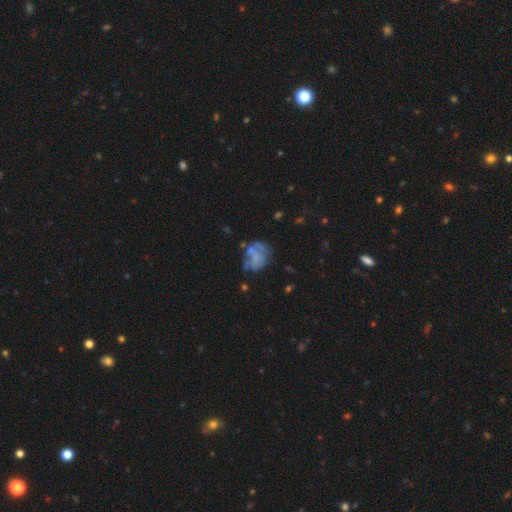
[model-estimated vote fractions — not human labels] The model was most divided on "smooth or featured": featured or disk: 52%, smooth: 37%, star or artifact: 11%. Remaining: edge-on disk — no (98%); bar — no (89%); spiral arms — no (78%); bulge size — none (64%); merging — none (41%).